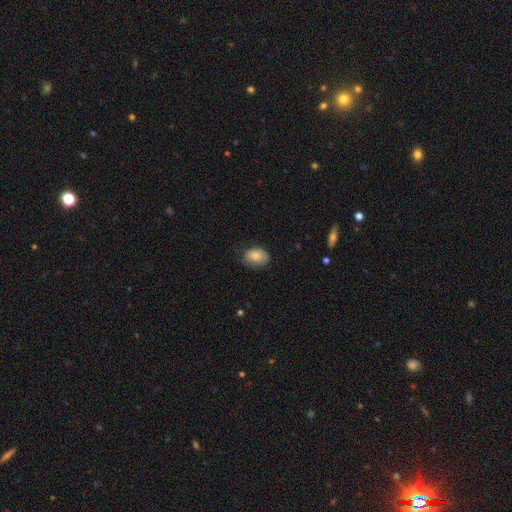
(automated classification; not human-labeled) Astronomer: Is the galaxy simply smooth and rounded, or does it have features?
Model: smooth — 82%.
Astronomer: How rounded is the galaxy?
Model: in between — 79%.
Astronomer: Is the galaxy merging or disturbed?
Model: none — 67%.